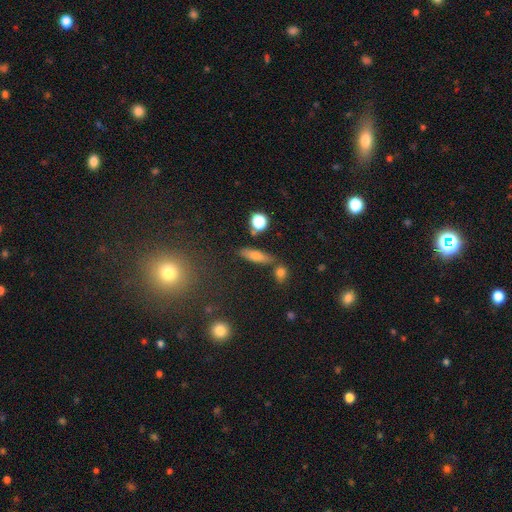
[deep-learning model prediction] Smooth or featured: smooth — 56% (featured or disk — 30%)
How rounded: cigar-shaped — 56% (in between — 36%)
Merging: none — 77% (minor disturbance — 11%)